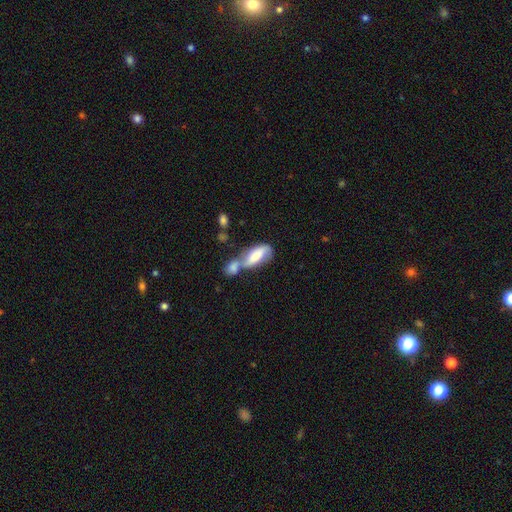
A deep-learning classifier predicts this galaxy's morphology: A smooth galaxy with no disk features (63%) that is in between round and cigar-shaped (78%).

Vote fractions:
- Smooth or featured? smooth: 63% / featured or disk: 30% / star or artifact: 7%
- How rounded? in between: 78% / cigar-shaped: 19% / round: 3%
- Merging? merger: 61% / none: 18% / minor disturbance: 12% / major disturbance: 9%